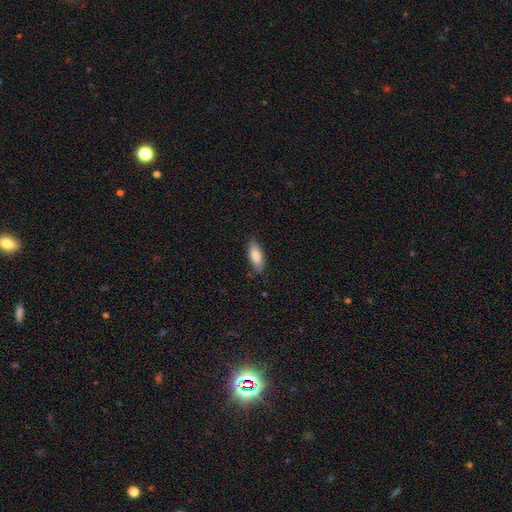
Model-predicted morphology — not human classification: Smooth or featured?
  - smooth: 86% *
  - featured or disk: 9%
  - star or artifact: 6%
How rounded?
  - in between: 75% *
  - cigar-shaped: 23%
  - round: 2%
Merging?
  - none: 82% *
  - minor disturbance: 14%
  - major disturbance: 3%
  - merger: 1%